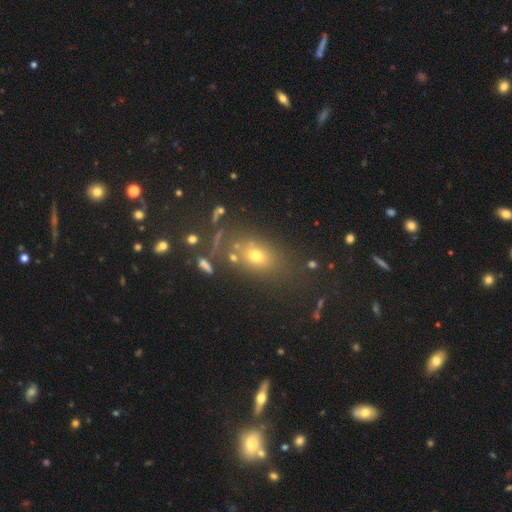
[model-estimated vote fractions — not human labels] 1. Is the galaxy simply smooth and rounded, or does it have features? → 55% smooth, 28% star or artifact, 17% featured or disk.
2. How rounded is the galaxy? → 65% in between, 29% round, 6% cigar-shaped.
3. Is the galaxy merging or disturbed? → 70% none, 14% minor disturbance, 8% merger, 8% major disturbance.